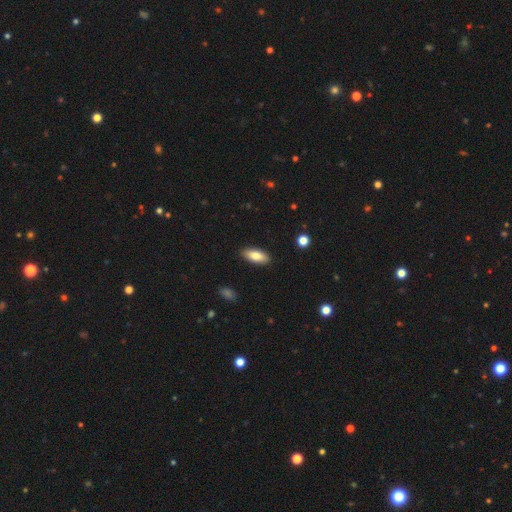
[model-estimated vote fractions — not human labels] This appears to be a smooth galaxy with no disk features (81%) that is in between round and cigar-shaped (83%). Merging: none (89%).